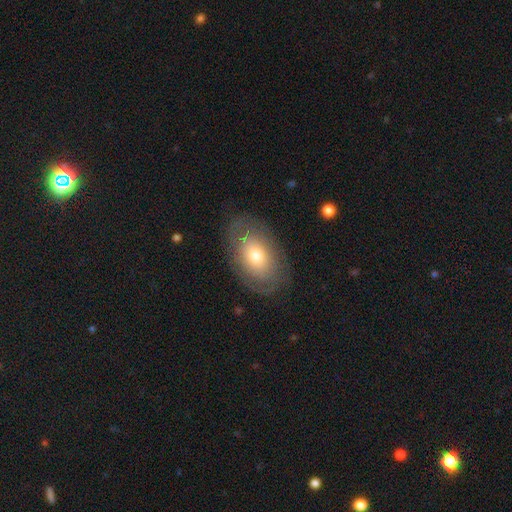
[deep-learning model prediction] A smooth galaxy with no disk features (56%) that is in between round and cigar-shaped (88%).

Vote fractions:
- Smooth or featured? smooth: 56% / featured or disk: 37% / star or artifact: 7%
- How rounded? in between: 88% / round: 11% / cigar-shaped: 1%
- Merging? none: 79% / minor disturbance: 14% / major disturbance: 6% / merger: 1%